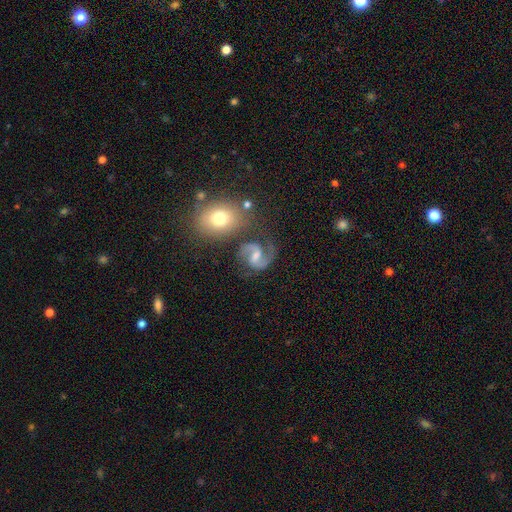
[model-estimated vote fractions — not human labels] A featured or disk galaxy (87%) with a weak bar (52%), 2 (92%) medium (60%) spiral arms (97%) and a small central bulge (40%, tied with moderate). Merging: none (68%).